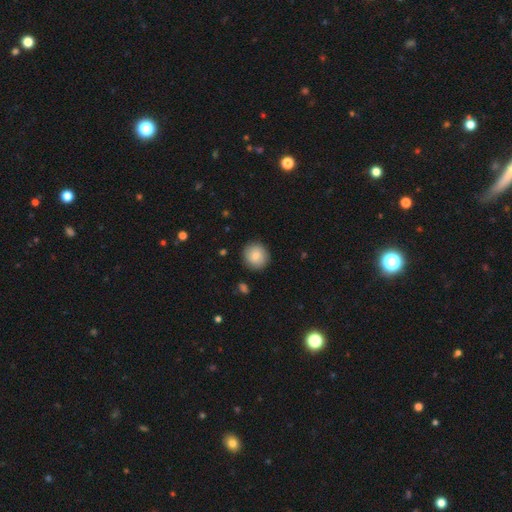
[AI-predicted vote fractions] The model was most divided on "smooth or featured": smooth: 84%, featured or disk: 9%, star or artifact: 7%. More confident: how rounded — round (91%); merging — none (89%).